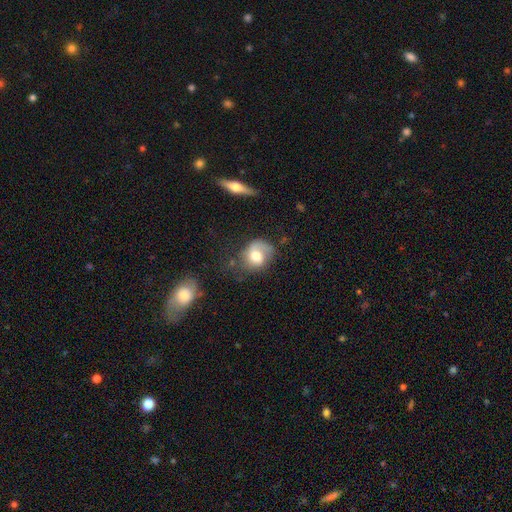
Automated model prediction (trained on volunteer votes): This is possibly a smooth galaxy (57%). How rounded: possibly round (58%). Merging: marginally none (45%).